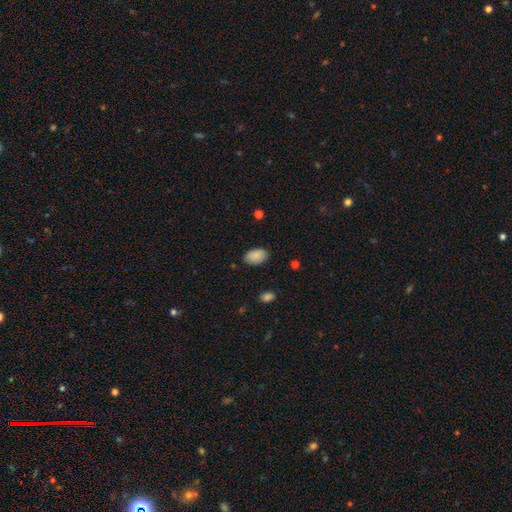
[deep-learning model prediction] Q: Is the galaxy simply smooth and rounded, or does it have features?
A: smooth — 89%.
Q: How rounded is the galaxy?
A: in between — 92%.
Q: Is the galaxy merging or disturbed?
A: none — 85%.